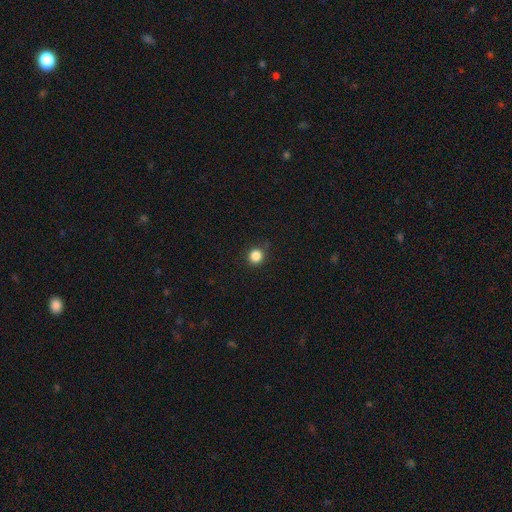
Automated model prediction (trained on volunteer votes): Smooth or featured?
  - smooth: 85% *
  - star or artifact: 12%
  - featured or disk: 3%
How rounded?
  - round: 92% *
  - in between: 7%
  - cigar-shaped: 1%
Merging?
  - none: 88% *
  - minor disturbance: 9%
  - major disturbance: 2%
  - merger: 1%